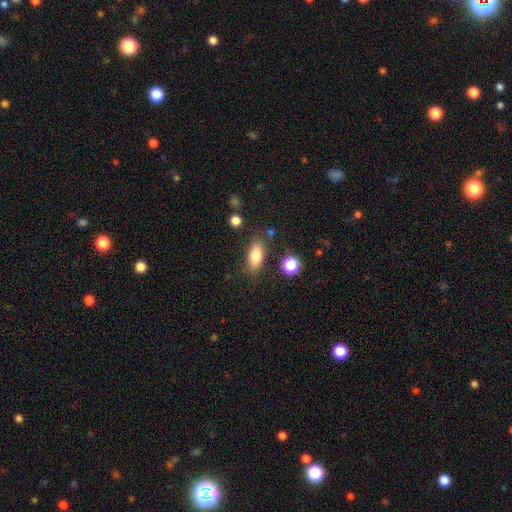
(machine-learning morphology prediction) This is likely a smooth galaxy (80%). How rounded: clearly in between (81%). Merging: likely none (80%).